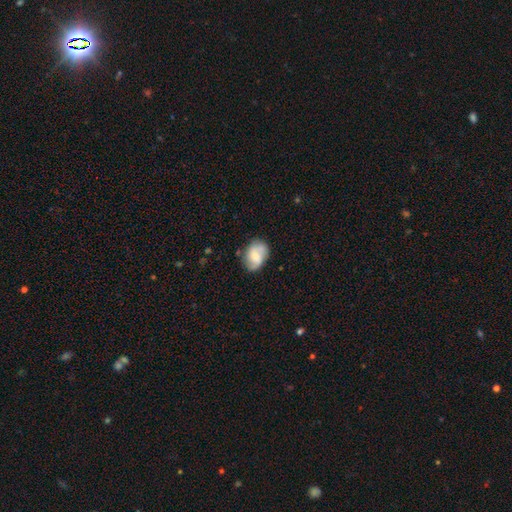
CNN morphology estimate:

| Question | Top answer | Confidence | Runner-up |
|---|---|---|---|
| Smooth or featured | featured or disk | 58% | smooth (35%) |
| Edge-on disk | no | 97% | yes (3%) |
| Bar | no | 48% | weak (42%) |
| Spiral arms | yes | 90% | no (10%) |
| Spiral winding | medium | 44% | loose (37%) |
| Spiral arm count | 2 | 78% | can't tell (10%) |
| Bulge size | small | 46% | moderate (42%) |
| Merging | none | 73% | minor disturbance (20%) |